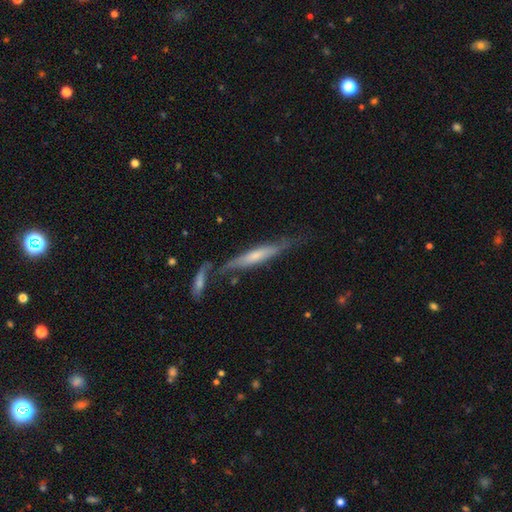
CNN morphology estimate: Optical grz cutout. It shows a featured or disk galaxy (51%) viewed edge-on (83%). Merging: none (52%).